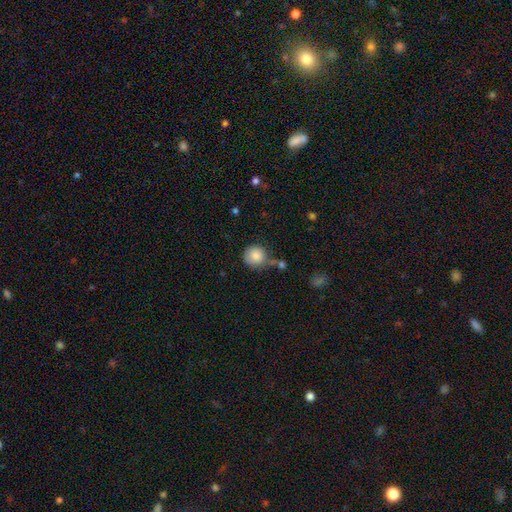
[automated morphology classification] Smooth or featured: smooth — 85% (star or artifact — 8%)
How rounded: round — 93% (in between — 6%)
Merging: none — 67% (minor disturbance — 18%)